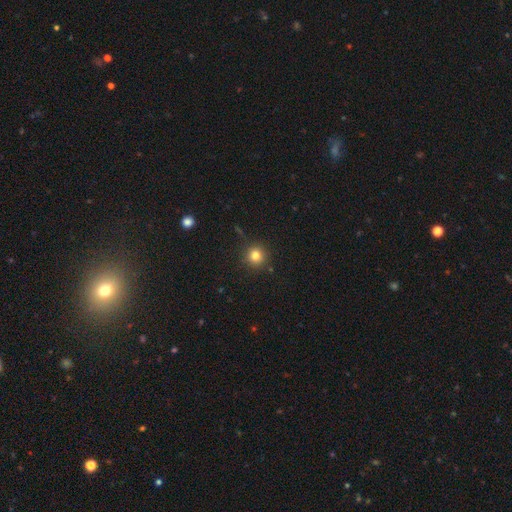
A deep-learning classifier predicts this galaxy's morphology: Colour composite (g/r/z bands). It shows a smooth galaxy with no disk features (80%) that is round (94%). Merging: none (90%).